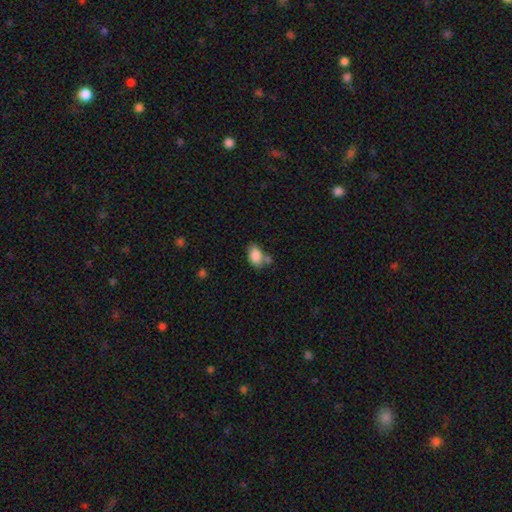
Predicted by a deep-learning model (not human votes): smooth-or-featured: smooth: 84% | star or artifact: 8% | featured or disk: 8%
  how-rounded: in between: 87% | round: 12% | cigar-shaped: 2%
  merging: none: 47% | merger: 24% | minor disturbance: 22% | major disturbance: 7%